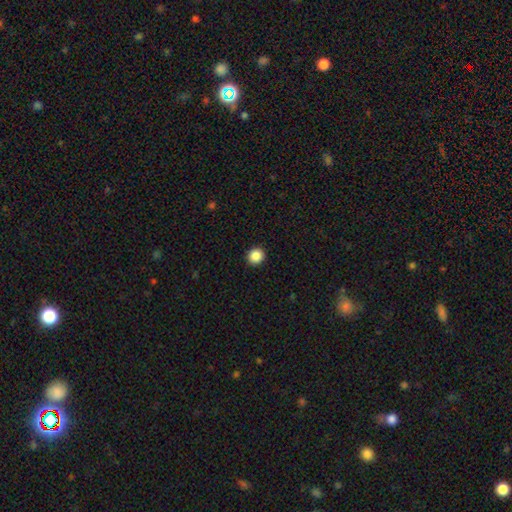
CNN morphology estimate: Overall: smooth (87%). How rounded: round (92%). Merging: none (93%).